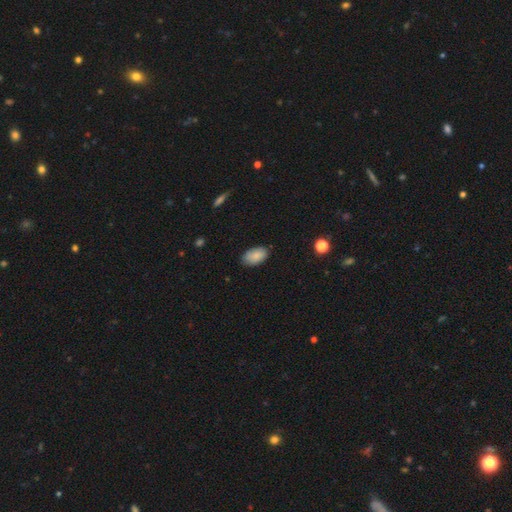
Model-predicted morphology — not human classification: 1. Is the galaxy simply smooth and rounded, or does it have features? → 86% smooth, 7% star or artifact, 7% featured or disk.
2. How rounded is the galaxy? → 93% in between, 5% round, 1% cigar-shaped.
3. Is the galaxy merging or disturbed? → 81% none, 15% minor disturbance, 3% major disturbance, 1% merger.